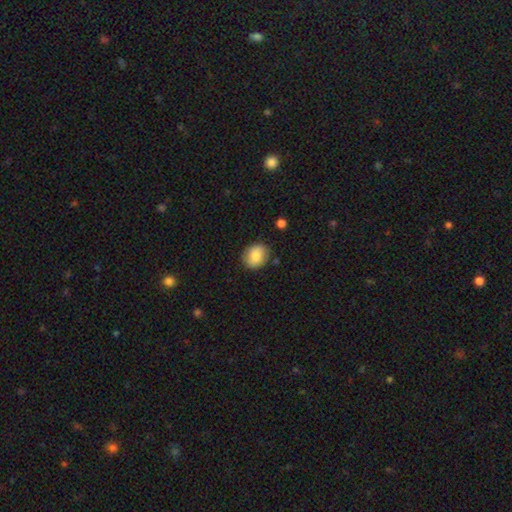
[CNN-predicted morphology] smooth-or-featured: smooth: 83% | featured or disk: 10% | star or artifact: 8%
  how-rounded: round: 60% | in between: 39% | cigar-shaped: 1%
  merging: none: 83% | minor disturbance: 13% | major disturbance: 3% | merger: 2%